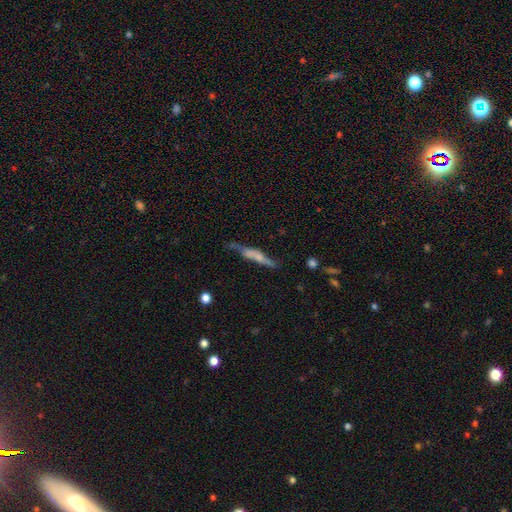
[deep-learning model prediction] Overall: featured or disk (52%; smooth 40%). Edge-on disk: yes (79%). Merging: none (53%; minor disturbance 27%).